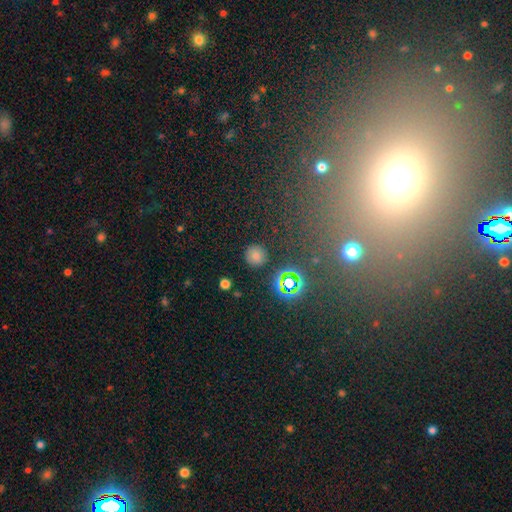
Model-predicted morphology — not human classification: The model was most divided on "smooth or featured": smooth: 73%, star or artifact: 20%, featured or disk: 7%. More confident: how rounded — round (94%); merging — none (89%).